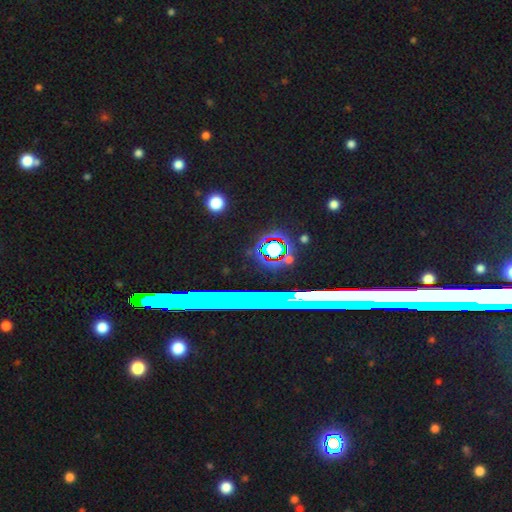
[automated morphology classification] The model was most divided on "smooth or featured": star or artifact: 76%, featured or disk: 13%, smooth: 11%.